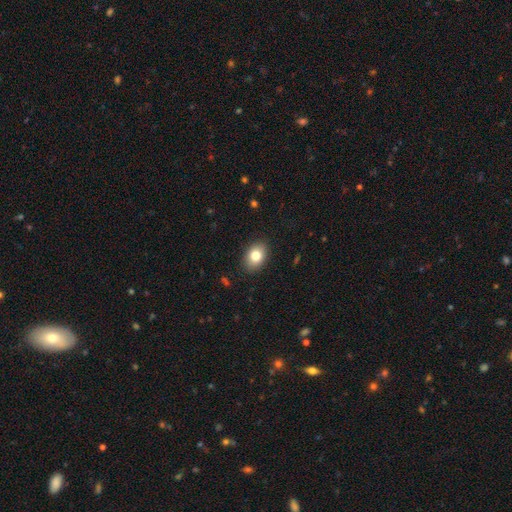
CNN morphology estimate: Overall: smooth (82%). How rounded: in between (77%). Merging: none (88%).